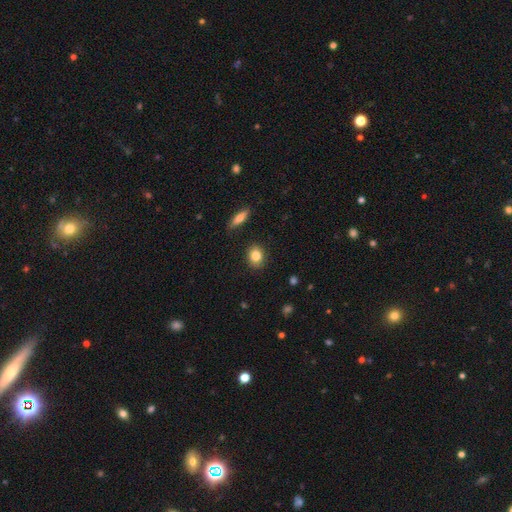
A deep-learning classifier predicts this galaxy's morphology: smooth 83%, star or artifact 9%, featured or disk 8%. Down the decision tree: how rounded — round (57%); merging — none (88%).